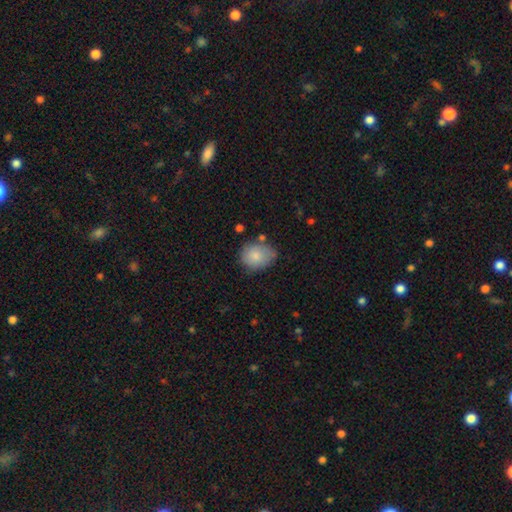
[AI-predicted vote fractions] Smooth or featured? Predicted: smooth (p=0.83). How rounded? Predicted: round (p=0.53). Merging? Predicted: none (p=0.64).